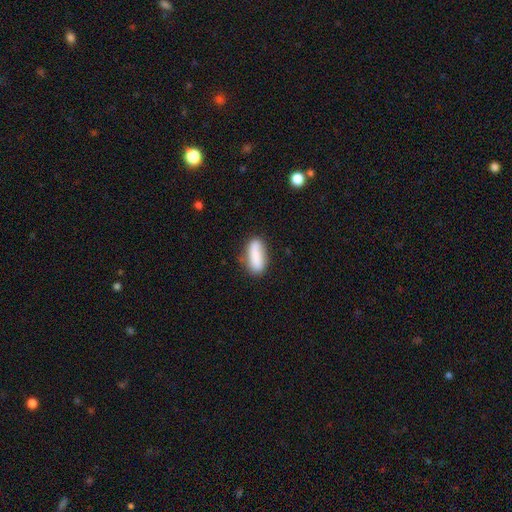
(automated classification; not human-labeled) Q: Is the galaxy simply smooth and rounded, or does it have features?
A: smooth — 84%.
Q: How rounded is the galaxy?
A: in between — 70%.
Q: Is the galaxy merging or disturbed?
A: none — 71%.